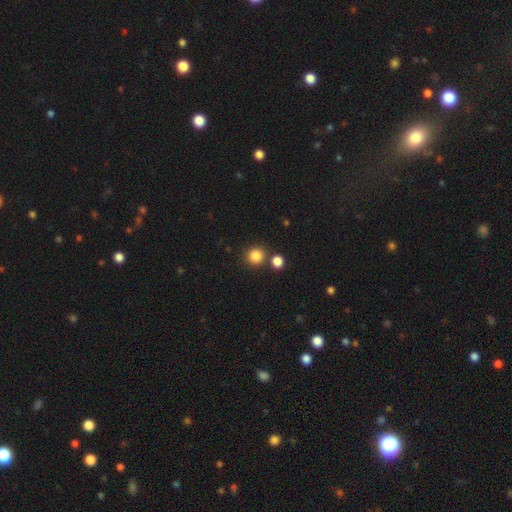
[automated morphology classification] type=smooth (84%); roundness=round (90%); merging=none (77%).